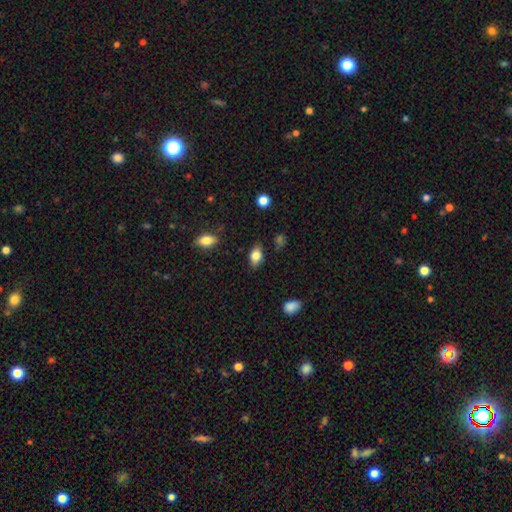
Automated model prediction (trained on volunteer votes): Smooth or featured?
  - smooth: 80% *
  - featured or disk: 12%
  - star or artifact: 8%
How rounded?
  - in between: 86% *
  - round: 11%
  - cigar-shaped: 3%
Merging?
  - none: 81% *
  - minor disturbance: 14%
  - major disturbance: 3%
  - merger: 2%